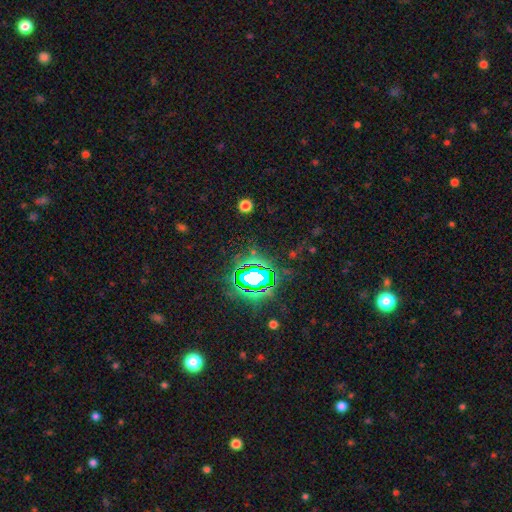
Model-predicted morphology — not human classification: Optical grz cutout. It shows a star or artifact, not a galaxy (81%).